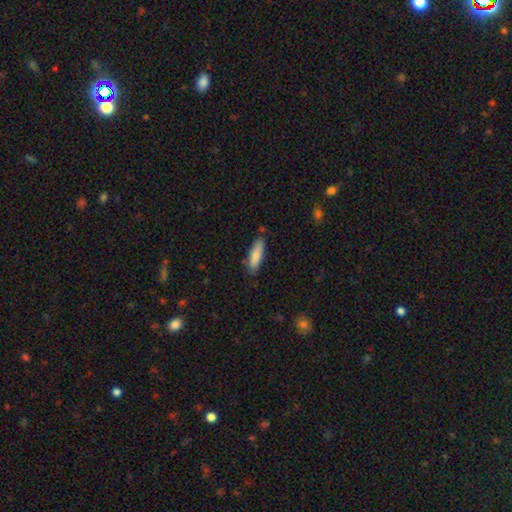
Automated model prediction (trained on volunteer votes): smooth 86%, featured or disk 8%, star or artifact 6%. Down the decision tree: how rounded — cigar-shaped (55%); merging — none (79%).